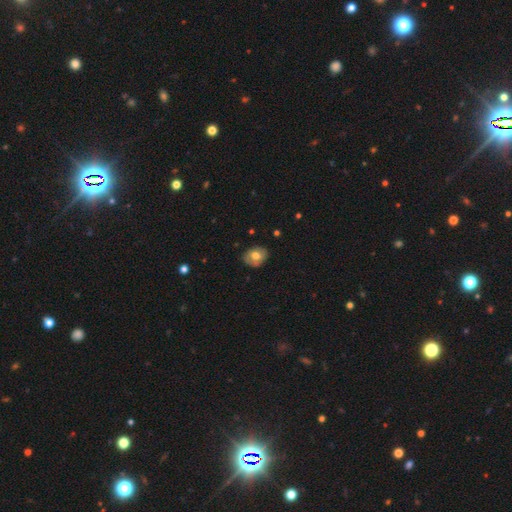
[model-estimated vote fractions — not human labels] Q: Smooth or featured?
A: smooth (66%); runner-up: featured or disk (26%)
Q: How rounded?
A: in between (50%); tied with: round (50%)
Q: Merging?
A: none (80%); runner-up: minor disturbance (16%)